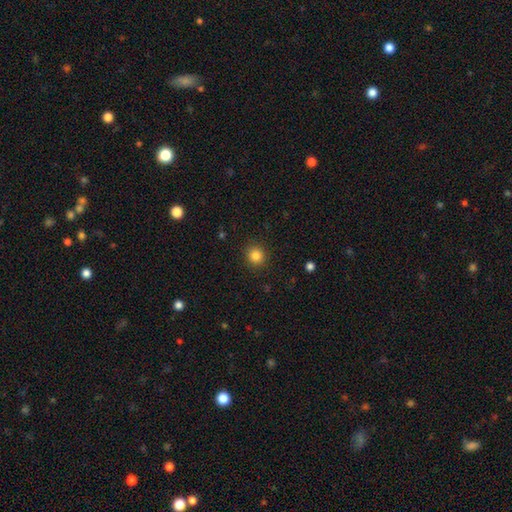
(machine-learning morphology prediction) smooth 84%, star or artifact 11%, featured or disk 4%. Down the decision tree: how rounded — round (89%); merging — none (91%).